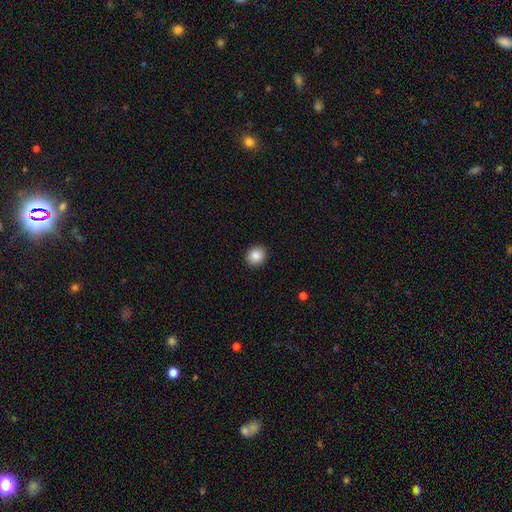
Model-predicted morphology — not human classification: type=smooth (87%); roundness=round (81%); merging=none (92%).